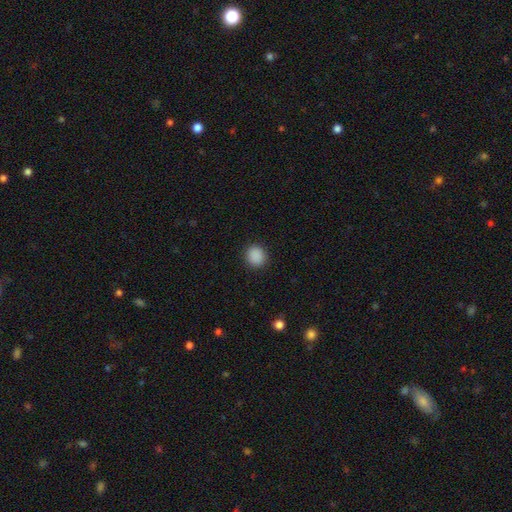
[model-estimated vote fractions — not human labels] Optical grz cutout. It shows a smooth galaxy with no disk features (88%) that is round (84%). Merging: none (91%).